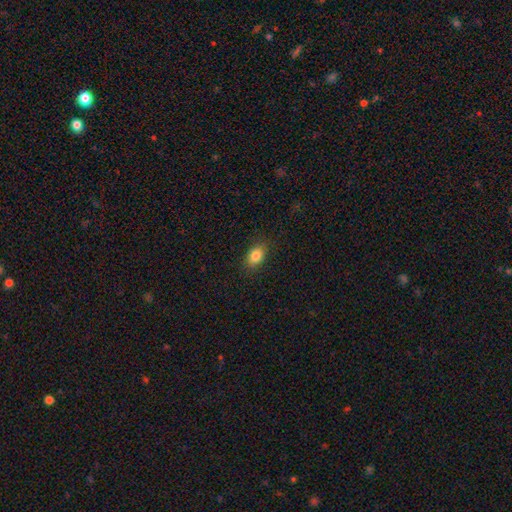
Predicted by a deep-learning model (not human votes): Overall: smooth (85%). How rounded: in between (81%). Merging: none (86%).